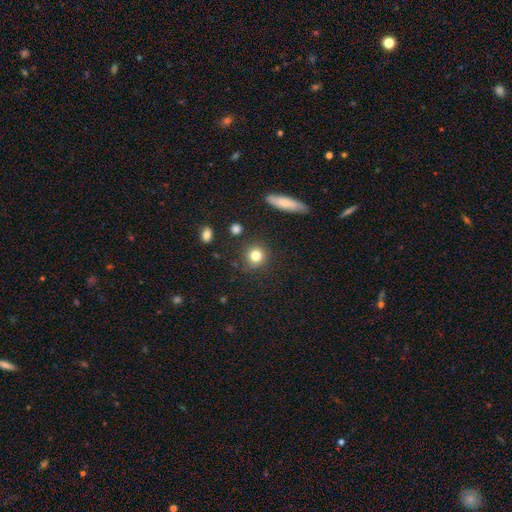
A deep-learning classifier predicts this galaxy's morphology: Overall: smooth (82%). How rounded: round (87%). Merging: none (86%).